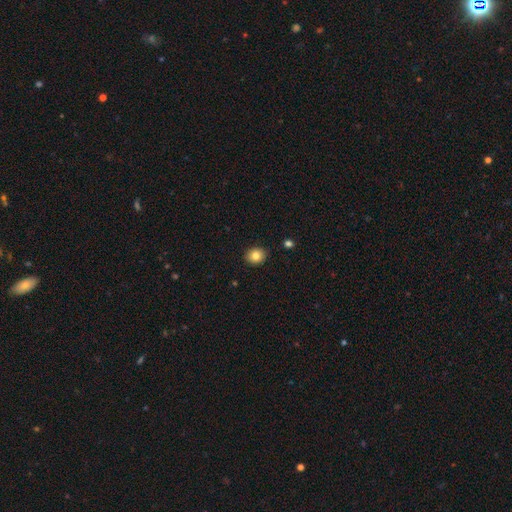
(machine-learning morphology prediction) A smooth galaxy with no disk features (83%) that is round (64%).

Vote fractions:
- Smooth or featured? smooth: 83% / star or artifact: 10% / featured or disk: 8%
- How rounded? round: 64% / in between: 35% / cigar-shaped: 1%
- Merging? none: 89% / minor disturbance: 8% / major disturbance: 2% / merger: 1%